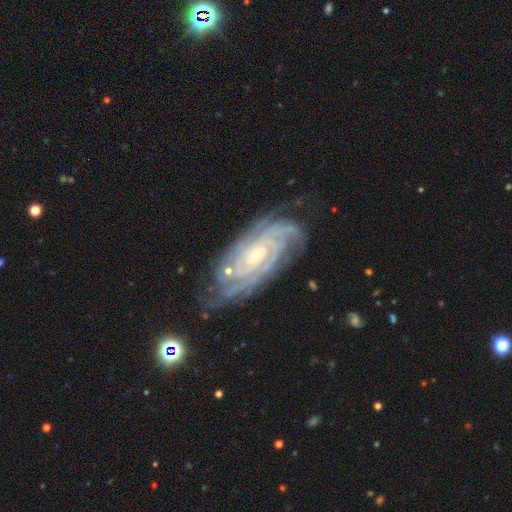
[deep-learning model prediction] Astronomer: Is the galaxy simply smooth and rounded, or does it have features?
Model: featured or disk — 90%.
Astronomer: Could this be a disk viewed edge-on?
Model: no — 95%.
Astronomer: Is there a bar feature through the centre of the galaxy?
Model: no — 65%.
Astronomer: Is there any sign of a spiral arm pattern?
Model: yes — 98%.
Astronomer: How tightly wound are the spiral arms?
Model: tight — 79%.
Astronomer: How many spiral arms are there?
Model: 4 — 31% (runner-up: can't tell, 20%).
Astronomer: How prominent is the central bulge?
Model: small — 75%.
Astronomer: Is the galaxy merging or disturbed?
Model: none — 71%.